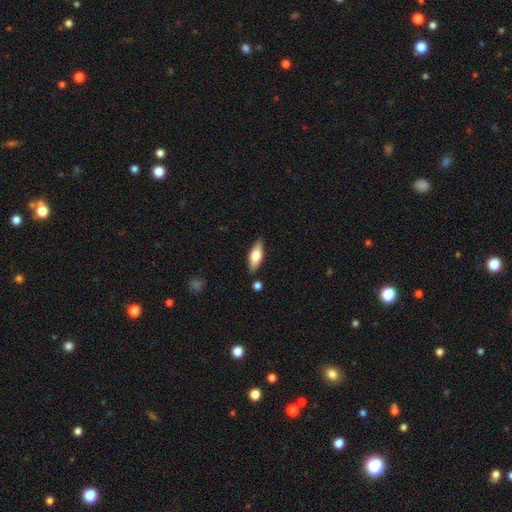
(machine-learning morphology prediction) smooth-or-featured: smooth: 61% | featured or disk: 33% | star or artifact: 6%
  how-rounded: in between: 64% | cigar-shaped: 34% | round: 3%
  merging: none: 83% | minor disturbance: 11% | merger: 4% | major disturbance: 2%